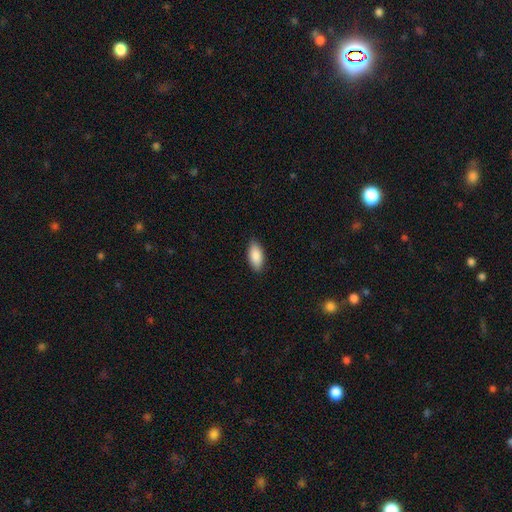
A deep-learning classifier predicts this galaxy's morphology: A smooth galaxy with no disk features (88%) that is in between round and cigar-shaped (90%). Merging: none (87%).